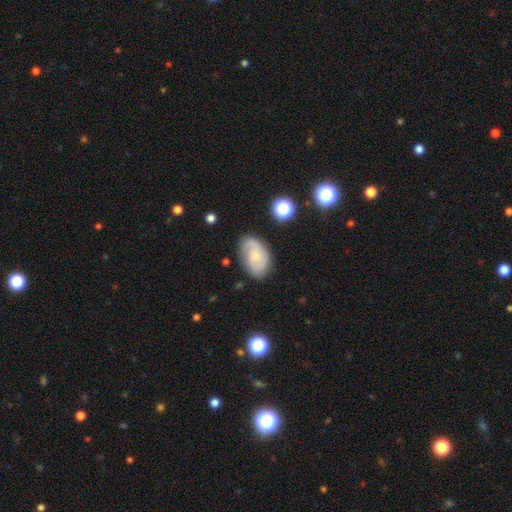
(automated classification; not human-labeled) Smooth or featured: featured or disk — 53% (smooth — 39%)
Edge-on disk: no — 96% (yes — 4%)
Bar: no — 65% (weak — 31%)
Spiral arms: yes — 89% (no — 11%)
Bulge size: small — 49% (none — 23%)
Merging: none — 74% (minor disturbance — 19%)